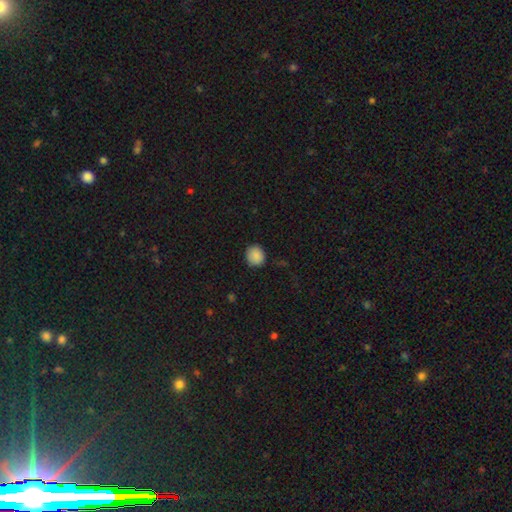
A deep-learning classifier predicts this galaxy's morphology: A smooth galaxy with no disk features (88%) that is round (88%). Merging: none (88%).